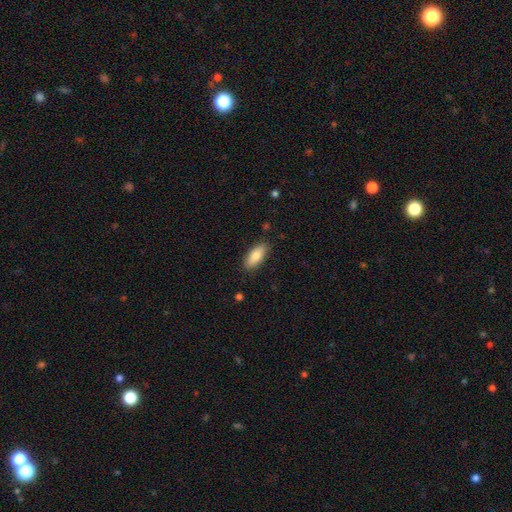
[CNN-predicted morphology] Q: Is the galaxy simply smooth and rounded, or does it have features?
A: smooth — 82%.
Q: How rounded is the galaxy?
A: in between — 81%.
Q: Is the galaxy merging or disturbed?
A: none — 87%.